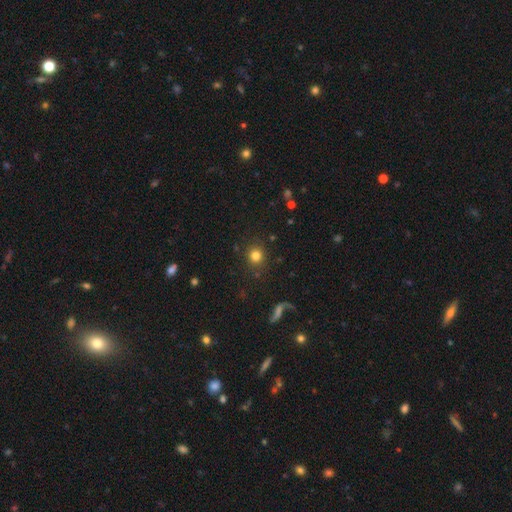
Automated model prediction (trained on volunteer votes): smooth-or-featured: smooth: 79% | star or artifact: 12% | featured or disk: 8%
  how-rounded: round: 90% | in between: 9% | cigar-shaped: 1%
  merging: none: 87% | minor disturbance: 7% | major disturbance: 3% | merger: 2%